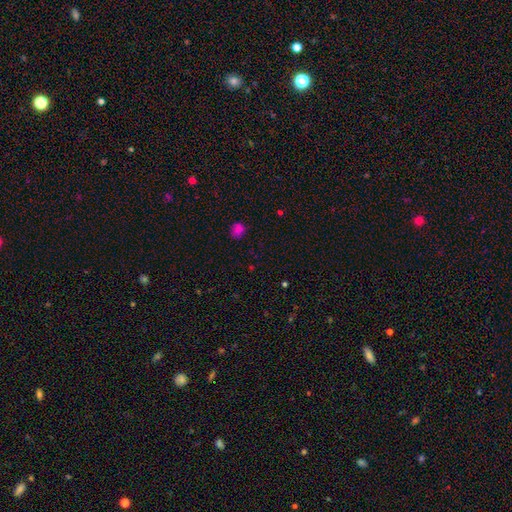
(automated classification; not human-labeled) smooth 51%, star or artifact 43%, featured or disk 6%. Down the decision tree: how rounded — round (67%); merging — none (79%).